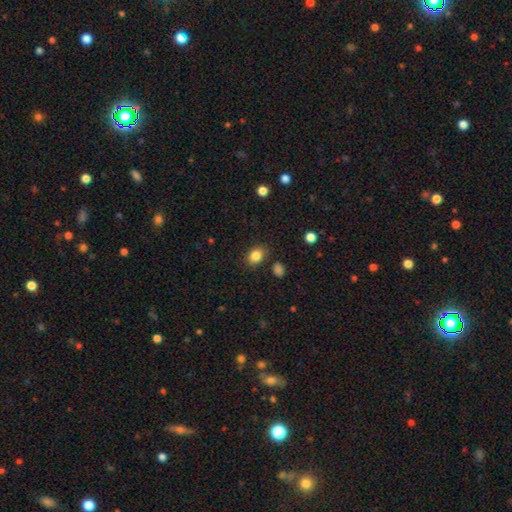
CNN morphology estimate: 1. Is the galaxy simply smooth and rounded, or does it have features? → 85% smooth, 10% star or artifact, 5% featured or disk.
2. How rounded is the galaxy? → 54% in between, 45% round, 1% cigar-shaped.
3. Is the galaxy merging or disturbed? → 81% none, 12% minor disturbance, 3% major disturbance, 3% merger.